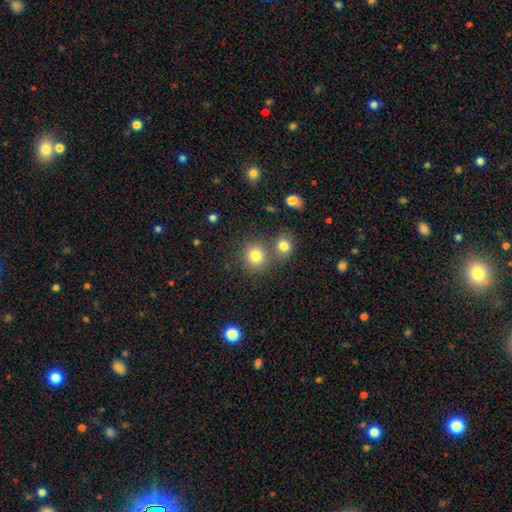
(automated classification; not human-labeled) A smooth galaxy with no disk features (81%) that is round (86%). Merging: none (63%).